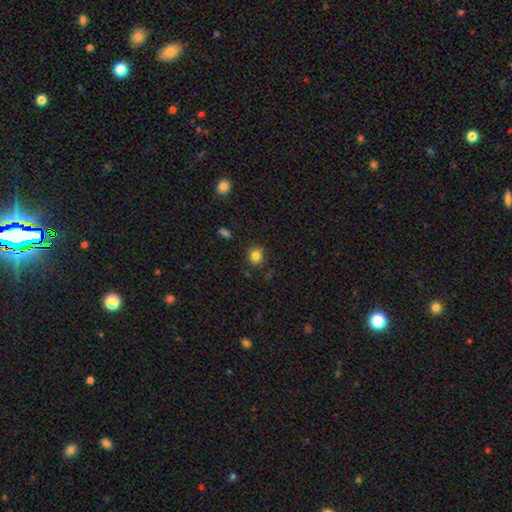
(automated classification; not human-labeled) smooth 84%, star or artifact 11%, featured or disk 5%. Down the decision tree: how rounded — round (86%); merging — none (88%).